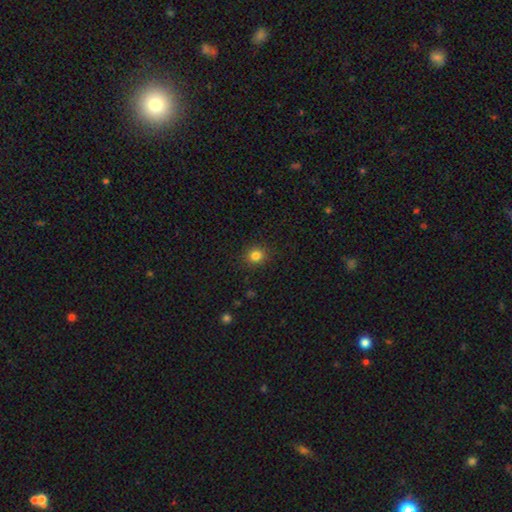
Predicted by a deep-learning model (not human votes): Smooth or featured?
  - smooth: 82% *
  - star or artifact: 13%
  - featured or disk: 5%
How rounded?
  - round: 87% *
  - in between: 12%
  - cigar-shaped: 1%
Merging?
  - none: 90% *
  - minor disturbance: 7%
  - major disturbance: 2%
  - merger: 1%